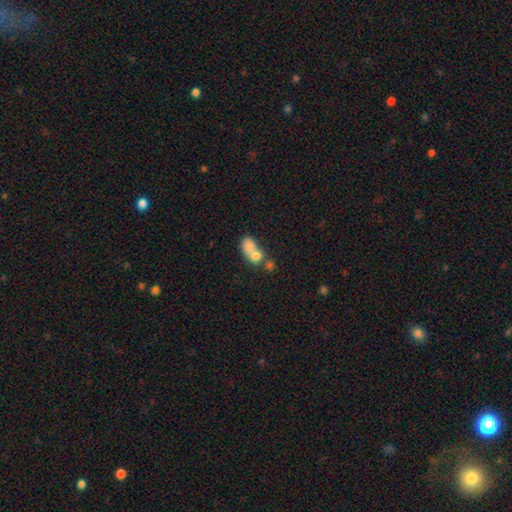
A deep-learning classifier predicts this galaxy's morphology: Smooth or featured: smooth — 71% (featured or disk — 19%)
How rounded: in between — 58% (round — 40%)
Merging: merger — 70% (none — 18%)